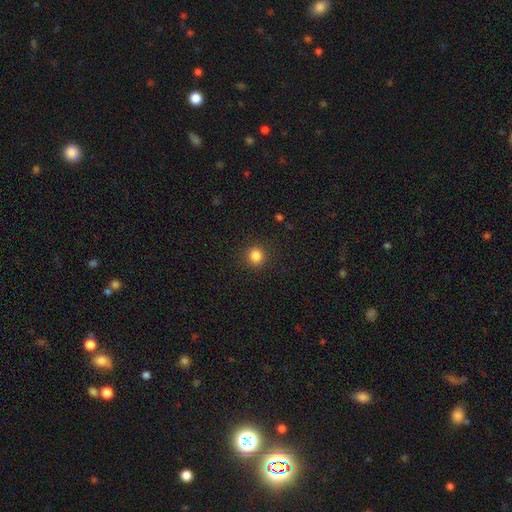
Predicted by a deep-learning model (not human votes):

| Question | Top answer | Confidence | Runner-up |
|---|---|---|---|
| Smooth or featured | smooth | 84% | star or artifact (12%) |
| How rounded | round | 88% | in between (11%) |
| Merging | none | 90% | minor disturbance (7%) |